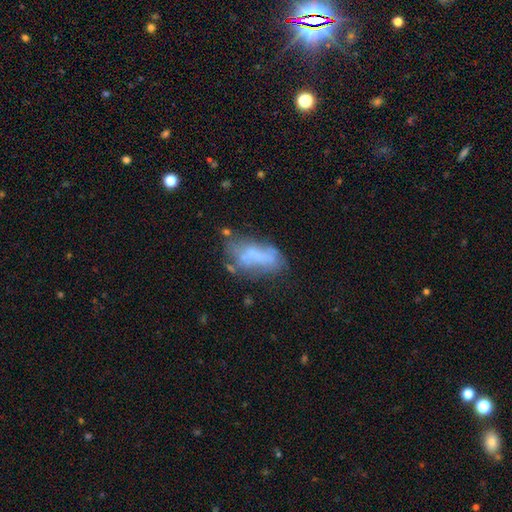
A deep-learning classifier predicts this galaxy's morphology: A smooth galaxy with no disk features (44%). Merging: none (36%).